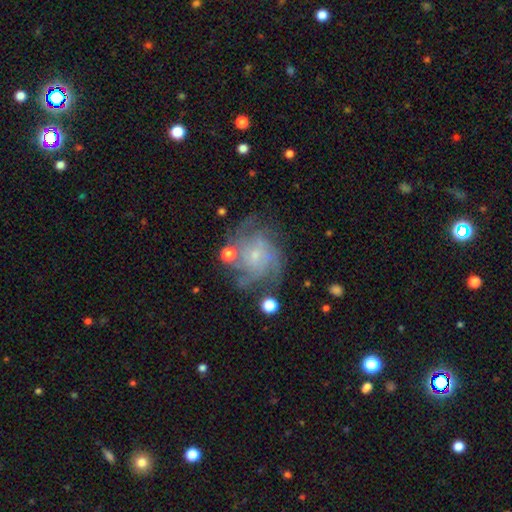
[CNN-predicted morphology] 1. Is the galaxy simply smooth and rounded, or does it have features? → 80% featured or disk, 11% smooth, 9% star or artifact.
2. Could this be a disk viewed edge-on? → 98% no, 2% yes.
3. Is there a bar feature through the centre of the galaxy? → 70% no, 26% weak, 4% strong.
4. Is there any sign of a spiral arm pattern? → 94% yes, 6% no.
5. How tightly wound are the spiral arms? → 51% tight, 37% medium, 12% loose.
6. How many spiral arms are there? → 28% can't tell, 27% 4, 16% 3, 13% more than 4, 9% 2, 6% 1.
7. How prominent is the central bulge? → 76% small, 15% moderate, 7% none, 1% large, 1% dominant.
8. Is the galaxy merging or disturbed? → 64% none, 19% minor disturbance, 12% major disturbance, 4% merger.